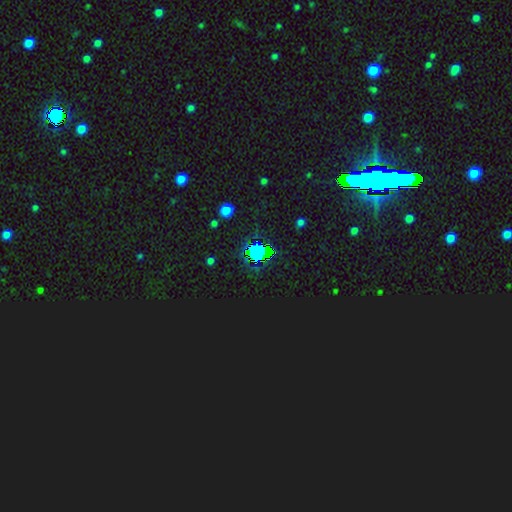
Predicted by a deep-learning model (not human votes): Smooth or featured? Predicted: star or artifact (p=0.76).